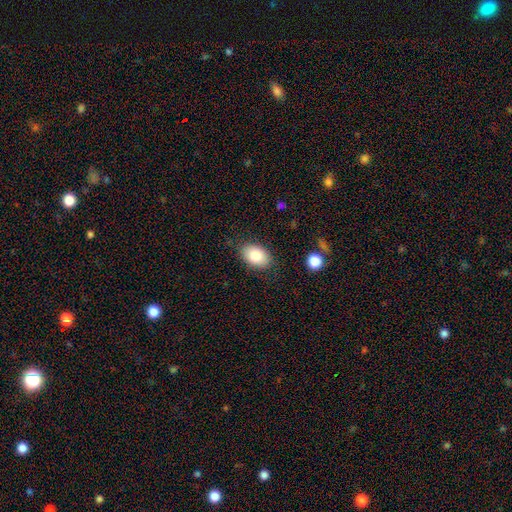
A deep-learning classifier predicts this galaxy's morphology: Smooth or featured?
  - smooth: 82% *
  - featured or disk: 11%
  - star or artifact: 8%
How rounded?
  - in between: 85% *
  - round: 14%
  - cigar-shaped: 1%
Merging?
  - none: 83% *
  - minor disturbance: 12%
  - major disturbance: 3%
  - merger: 1%